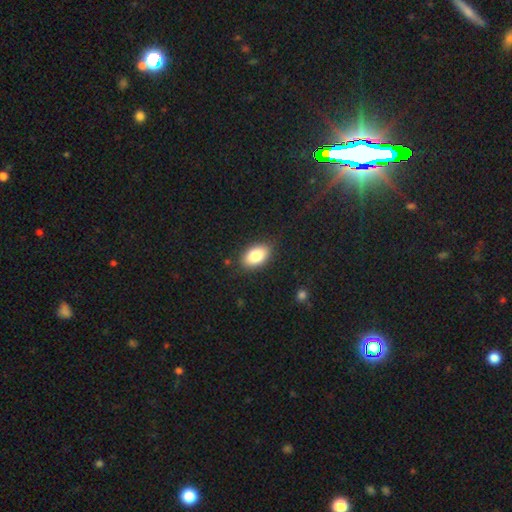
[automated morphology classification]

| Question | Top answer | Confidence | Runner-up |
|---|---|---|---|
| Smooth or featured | smooth | 83% | featured or disk (10%) |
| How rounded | in between | 91% | round (7%) |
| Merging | none | 86% | minor disturbance (11%) |